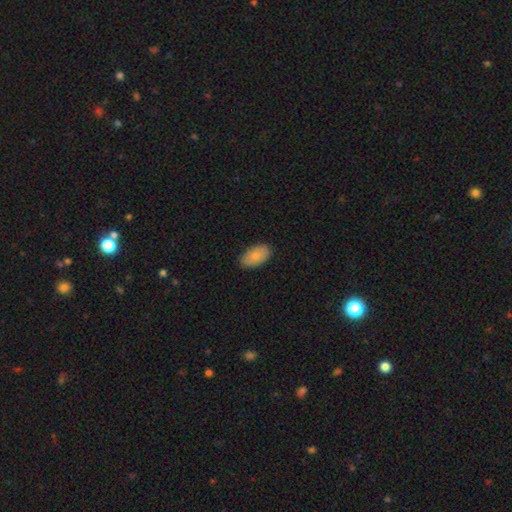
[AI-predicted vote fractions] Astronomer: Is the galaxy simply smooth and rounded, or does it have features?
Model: smooth — 82%.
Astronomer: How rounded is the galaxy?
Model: in between — 94%.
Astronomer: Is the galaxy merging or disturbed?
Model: none — 86%.